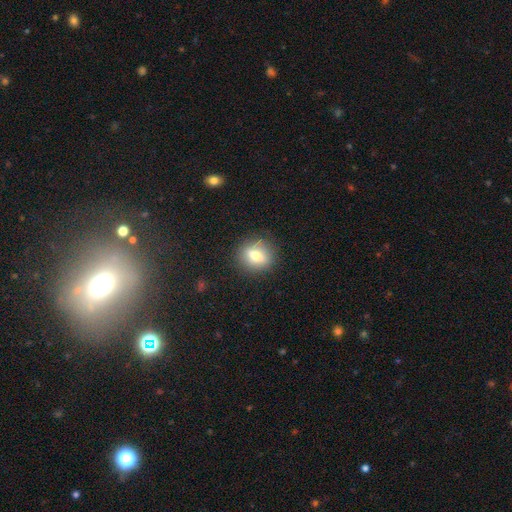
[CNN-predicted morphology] A smooth galaxy with no disk features (66%) that is round (67%). Merging: none (86%).